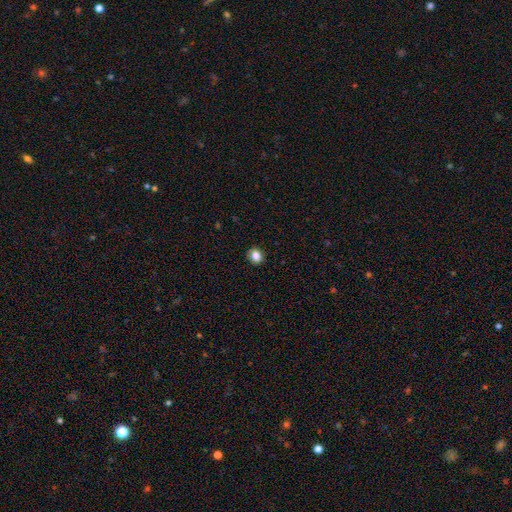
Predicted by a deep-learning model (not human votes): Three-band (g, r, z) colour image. It shows a smooth galaxy with no disk features (84%) that is round (70%). Merging: none (91%).